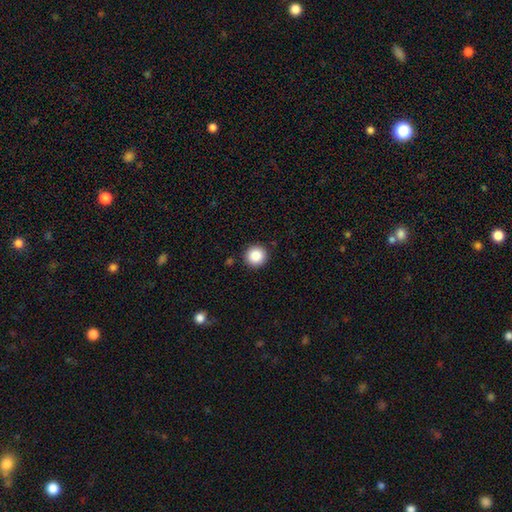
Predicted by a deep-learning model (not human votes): Q: Smooth or featured?
A: smooth (87%); runner-up: star or artifact (9%)
Q: How rounded?
A: round (96%); runner-up: in between (3%)
Q: Merging?
A: none (92%); runner-up: minor disturbance (5%)